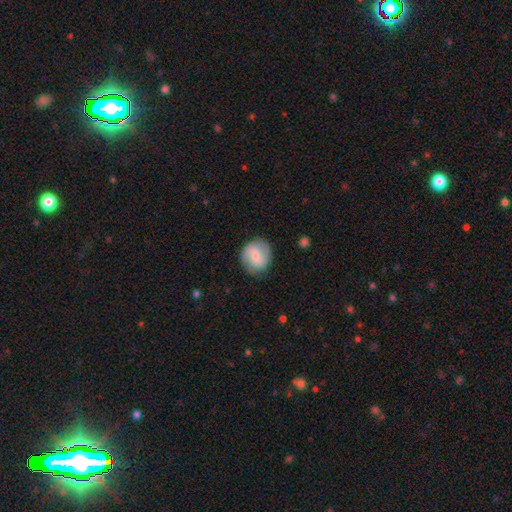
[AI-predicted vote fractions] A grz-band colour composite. It shows a featured or disk galaxy (61%) with a weak bar (51%), 2 (87%) medium (48%) spiral arms (92%) and a small central bulge (44%). Merging: none (84%).